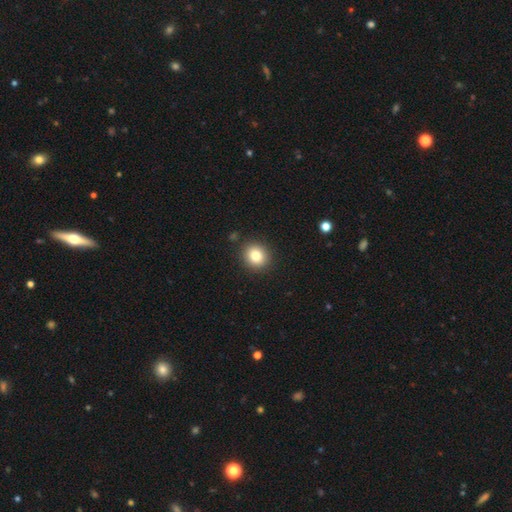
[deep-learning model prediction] A smooth galaxy with no disk features (83%) that is round (81%).

Vote fractions:
- Smooth or featured? smooth: 83% / star or artifact: 10% / featured or disk: 7%
- How rounded? round: 81% / in between: 18% / cigar-shaped: 1%
- Merging? none: 89% / minor disturbance: 7% / major disturbance: 2% / merger: 2%